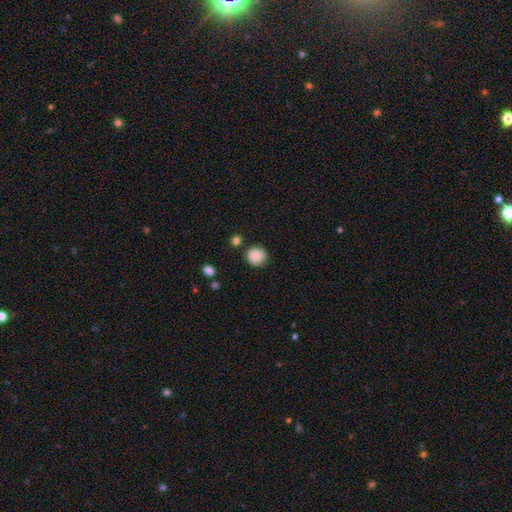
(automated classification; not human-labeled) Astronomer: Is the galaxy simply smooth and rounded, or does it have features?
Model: smooth — 86%.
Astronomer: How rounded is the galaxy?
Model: round — 91%.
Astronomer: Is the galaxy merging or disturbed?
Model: none — 84%.